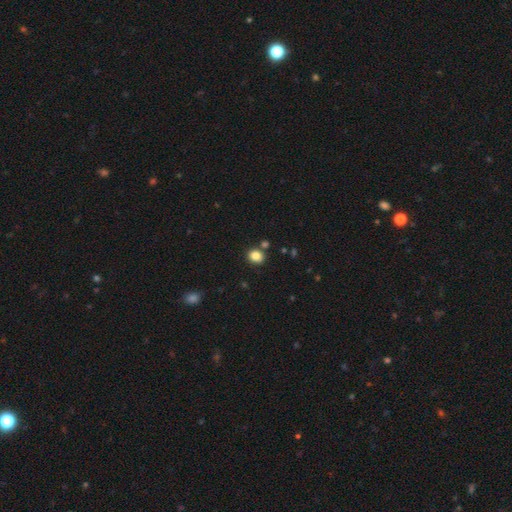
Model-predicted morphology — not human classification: Smooth or featured? smooth (84%)
How rounded? round (60%)
Merging? none (79%)